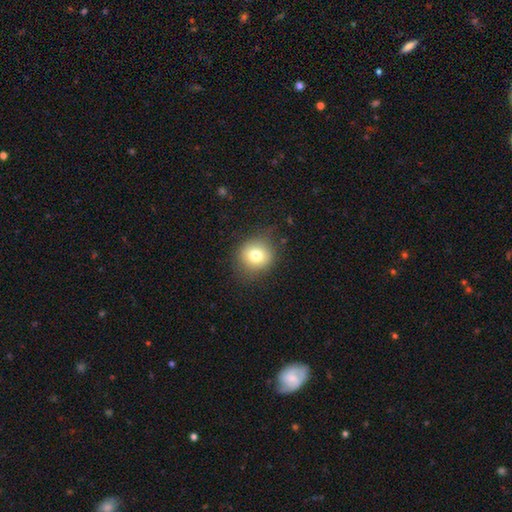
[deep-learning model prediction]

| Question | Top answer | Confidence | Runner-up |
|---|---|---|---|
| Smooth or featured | smooth | 77% | featured or disk (12%) |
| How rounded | round | 85% | in between (14%) |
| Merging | none | 81% | minor disturbance (13%) |